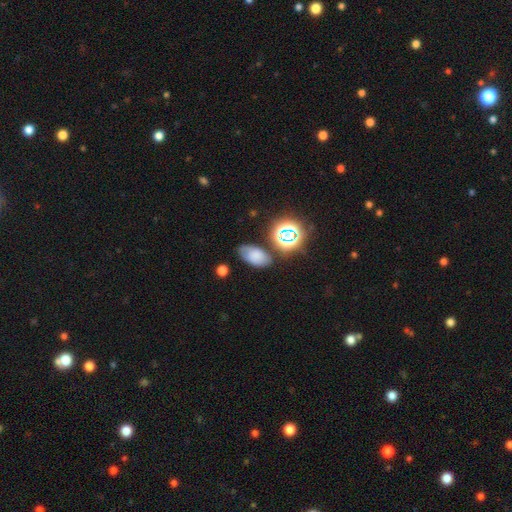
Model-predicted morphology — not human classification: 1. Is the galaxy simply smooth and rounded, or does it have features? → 63% smooth, 20% star or artifact, 17% featured or disk.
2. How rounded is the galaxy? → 89% in between, 9% round, 2% cigar-shaped.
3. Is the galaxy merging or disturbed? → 69% none, 19% minor disturbance, 7% merger, 6% major disturbance.